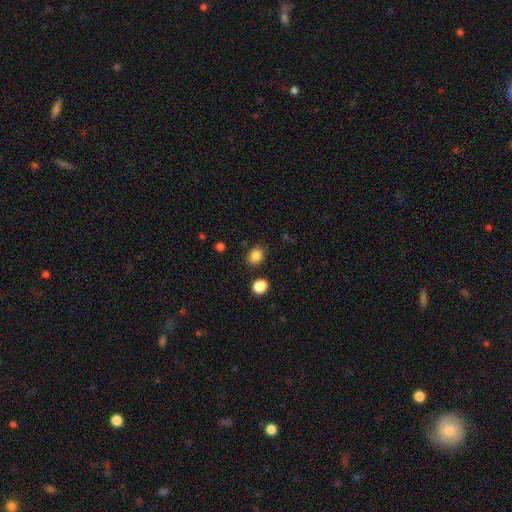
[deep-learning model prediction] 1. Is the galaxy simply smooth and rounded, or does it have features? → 86% smooth, 10% star or artifact, 4% featured or disk.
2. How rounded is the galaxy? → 63% round, 36% in between, 1% cigar-shaped.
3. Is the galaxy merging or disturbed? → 84% none, 9% minor disturbance, 4% merger, 3% major disturbance.